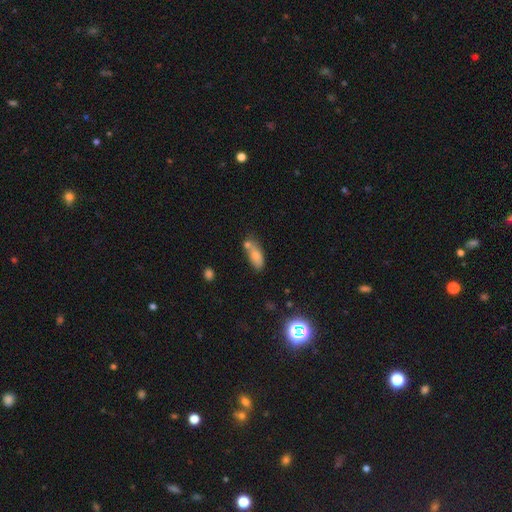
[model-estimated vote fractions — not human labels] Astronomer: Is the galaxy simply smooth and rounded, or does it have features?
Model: smooth — 73%.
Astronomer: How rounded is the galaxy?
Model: in between — 77%.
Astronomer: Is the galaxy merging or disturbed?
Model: none — 40% (runner-up: merger, 37%).